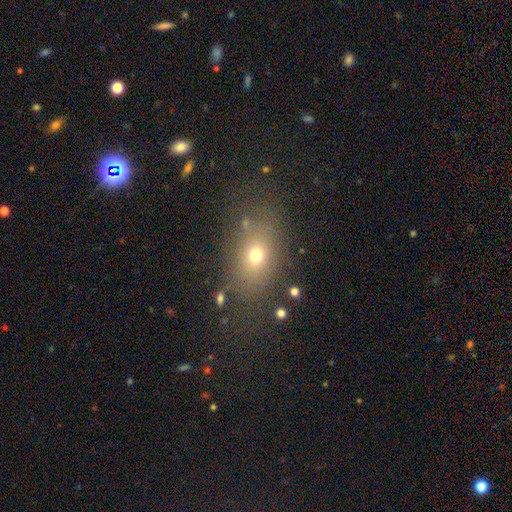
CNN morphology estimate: This is likely a smooth galaxy (68%). How rounded: likely in between (66%). Merging: likely none (75%).